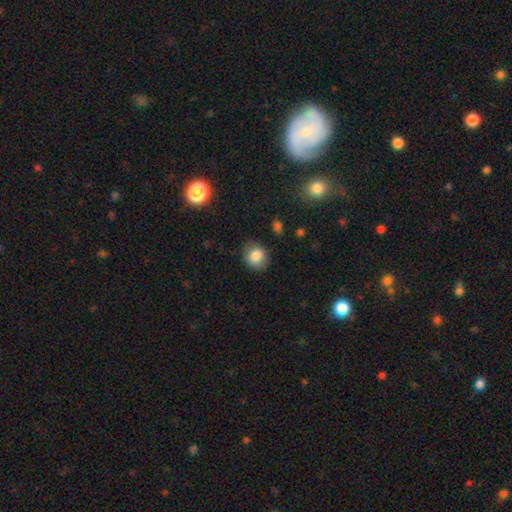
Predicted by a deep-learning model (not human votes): This is clearly a smooth galaxy (83%). How rounded: likely round (73%). Merging: likely none (79%).